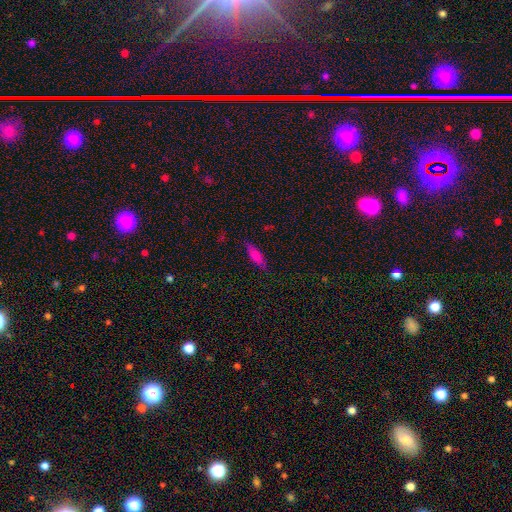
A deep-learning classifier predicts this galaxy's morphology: A smooth galaxy with no disk features (65%) that is cigar-shaped (51%).

Vote fractions:
- Smooth or featured? smooth: 65% / featured or disk: 28% / star or artifact: 8%
- How rounded? cigar-shaped: 51% / in between: 46% / round: 2%
- Merging? none: 85% / minor disturbance: 12% / major disturbance: 2% / merger: 1%